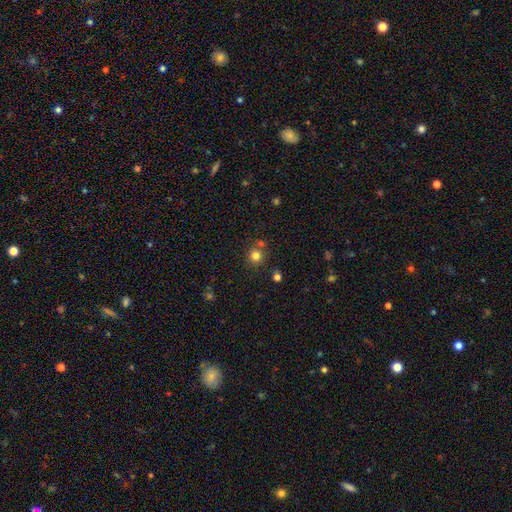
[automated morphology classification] smooth 79%, star or artifact 14%, featured or disk 7%. Down the decision tree: how rounded — round (91%); merging — none (74%).